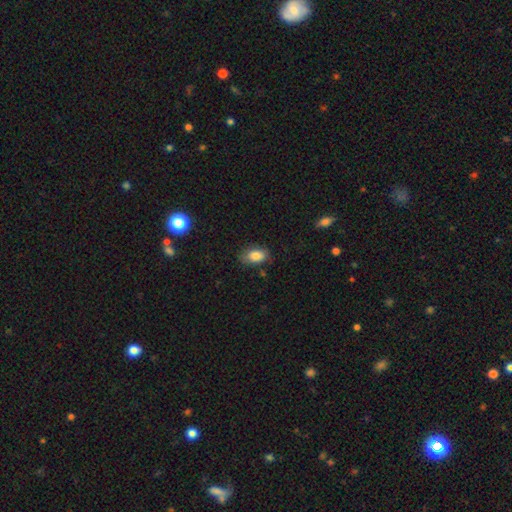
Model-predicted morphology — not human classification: Smooth or featured? smooth (84%)
How rounded? in between (90%)
Merging? none (77%)